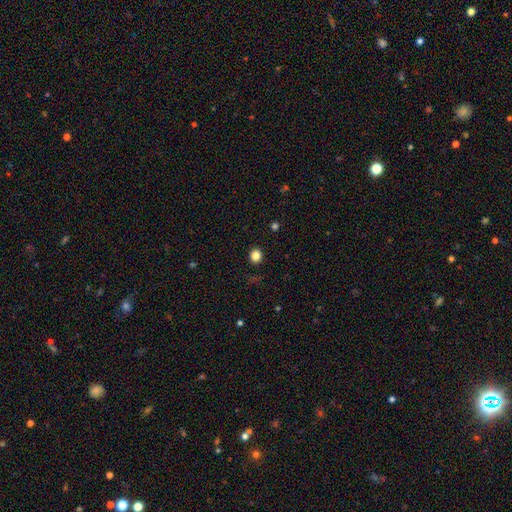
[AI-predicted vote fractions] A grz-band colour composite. It shows a smooth galaxy with no disk features (83%) that is round (87%). Merging: none (91%).